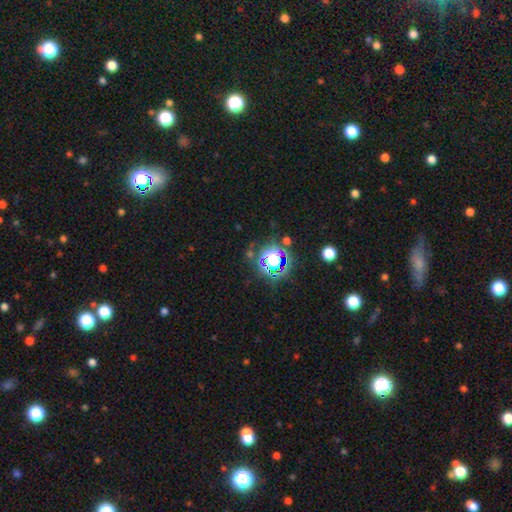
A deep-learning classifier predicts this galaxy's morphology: Q: Smooth or featured?
A: star or artifact (77%); runner-up: smooth (15%)